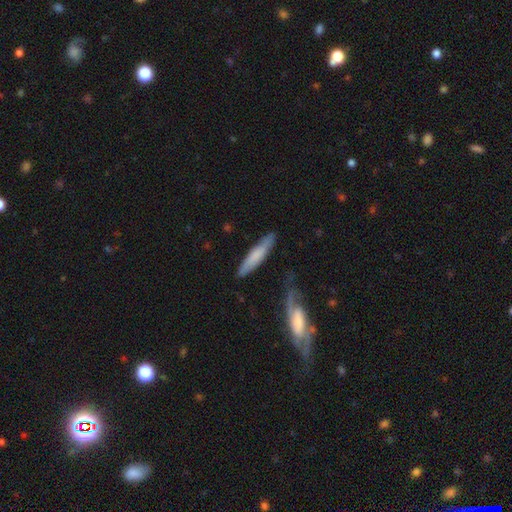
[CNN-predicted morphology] type=smooth (60%); roundness=cigar-shaped (82%); merging=none (70%).